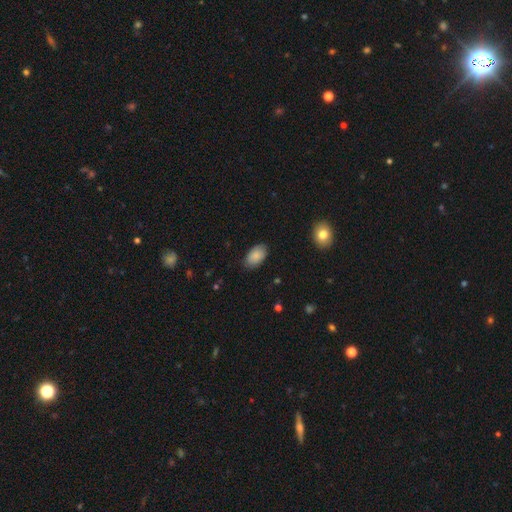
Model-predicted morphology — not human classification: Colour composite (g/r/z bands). It shows a smooth galaxy with no disk features (86%) that is in between round and cigar-shaped (93%). Merging: none (83%).